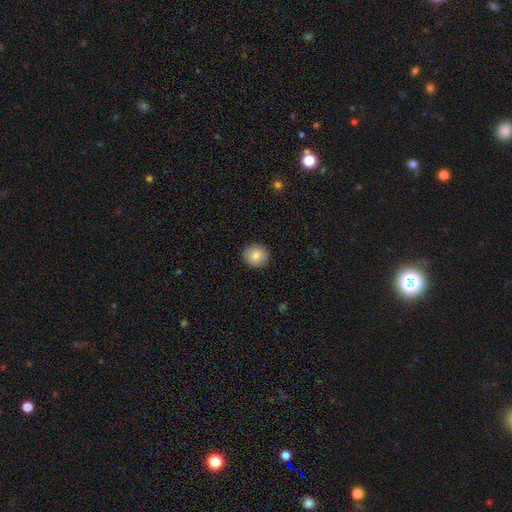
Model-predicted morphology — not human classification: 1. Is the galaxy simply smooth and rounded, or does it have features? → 85% smooth, 8% star or artifact, 7% featured or disk.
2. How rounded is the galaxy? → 89% round, 10% in between, 1% cigar-shaped.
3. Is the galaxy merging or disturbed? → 91% none, 6% minor disturbance, 2% major disturbance, 1% merger.